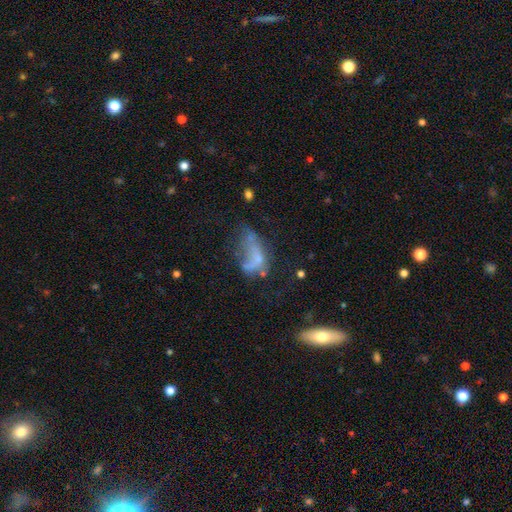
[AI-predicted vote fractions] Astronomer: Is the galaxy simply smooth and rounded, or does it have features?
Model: smooth — 44% (runner-up: featured or disk, 40%).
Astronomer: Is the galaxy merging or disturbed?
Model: major disturbance — 41% (runner-up: none, 24%).